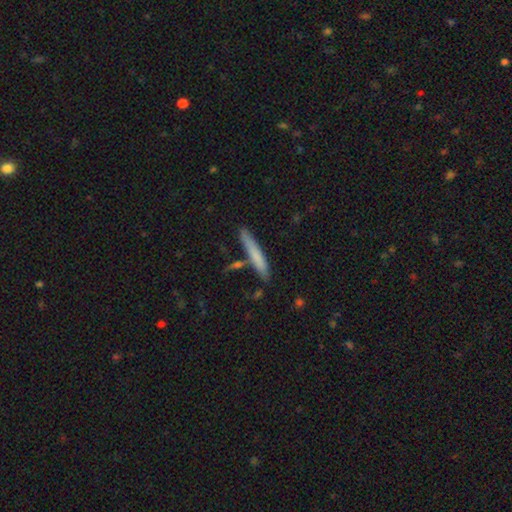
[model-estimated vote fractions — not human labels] A smooth galaxy with no disk features (72%) that is cigar-shaped (94%). Merging: none (79%).